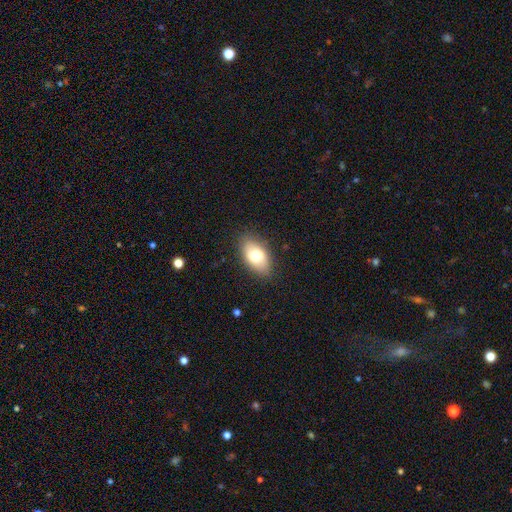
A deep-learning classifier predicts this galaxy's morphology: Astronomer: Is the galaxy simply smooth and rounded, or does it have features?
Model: smooth — 74%.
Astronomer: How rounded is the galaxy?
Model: in between — 91%.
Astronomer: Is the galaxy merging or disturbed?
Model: none — 85%.